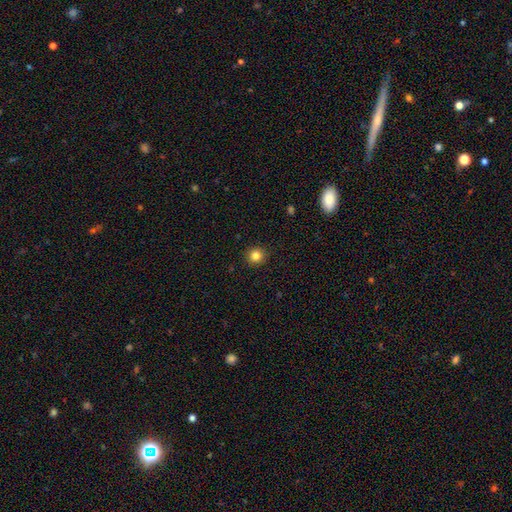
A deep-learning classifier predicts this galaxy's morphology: This appears to be a smooth galaxy with no disk features (84%) that is round (92%). Merging: none (92%).